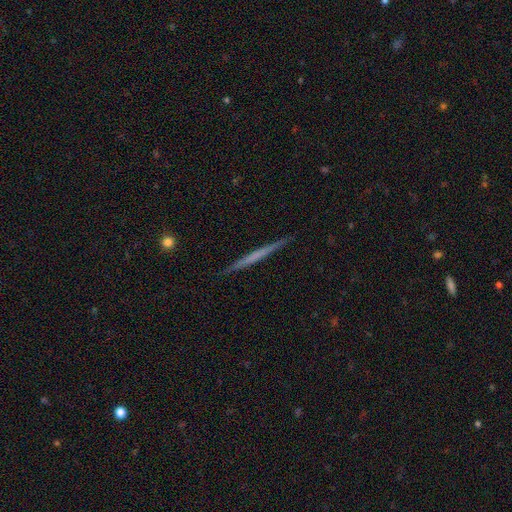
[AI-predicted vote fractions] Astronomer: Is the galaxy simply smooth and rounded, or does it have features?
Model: featured or disk — 53% (runner-up: smooth, 42%).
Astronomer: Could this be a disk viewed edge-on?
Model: yes — 98%.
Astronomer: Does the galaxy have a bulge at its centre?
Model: none — 91%.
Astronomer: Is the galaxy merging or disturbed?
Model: none — 92%.